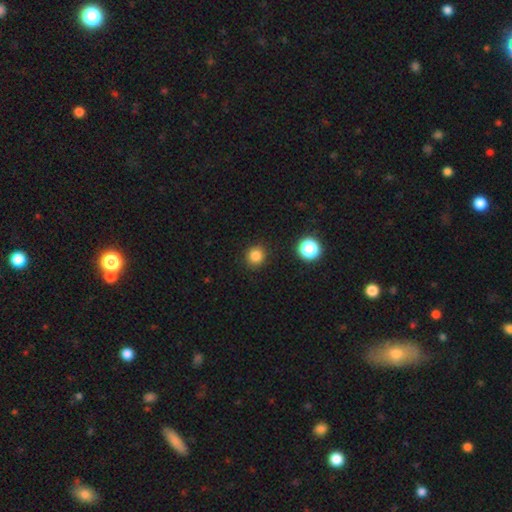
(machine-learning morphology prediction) The model was most divided on "smooth or featured": smooth: 83%, star or artifact: 13%, featured or disk: 4%. More confident: merging — none (90%); how rounded — round (90%).